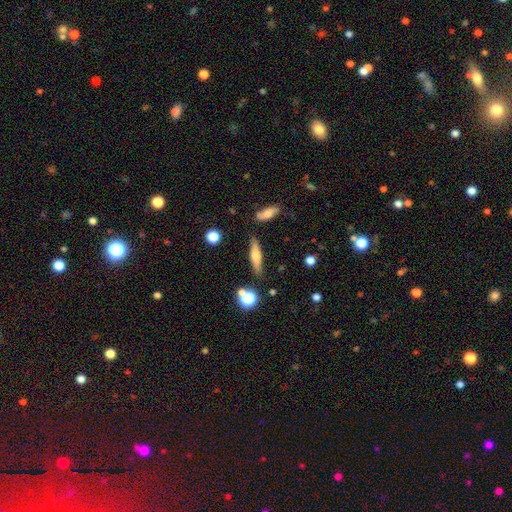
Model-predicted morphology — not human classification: A smooth galaxy with no disk features (47%). Merging: none (83%).